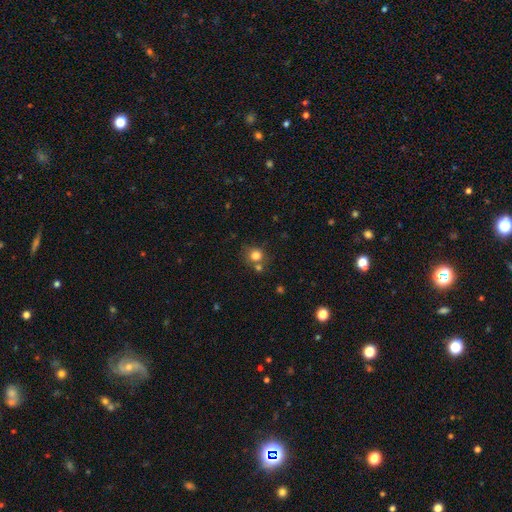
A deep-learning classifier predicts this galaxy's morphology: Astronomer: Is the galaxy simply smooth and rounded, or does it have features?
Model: smooth — 79%.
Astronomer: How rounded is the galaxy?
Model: round — 86%.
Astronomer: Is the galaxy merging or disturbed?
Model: none — 63%.